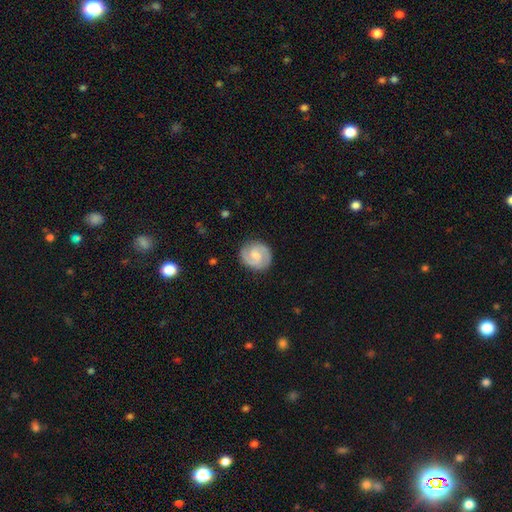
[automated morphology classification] Q: Smooth or featured?
A: featured or disk (80%); runner-up: smooth (15%)
Q: Edge-on disk?
A: no (98%); runner-up: yes (2%)
Q: Bar?
A: weak (50%); runner-up: no (38%)
Q: Spiral arms?
A: yes (96%); runner-up: no (4%)
Q: Spiral winding?
A: tight (49%); runner-up: medium (42%)
Q: Spiral arm count?
A: 2 (91%); runner-up: can't tell (4%)
Q: Bulge size?
A: moderate (47%); runner-up: small (36%)
Q: Merging?
A: none (85%); runner-up: minor disturbance (11%)